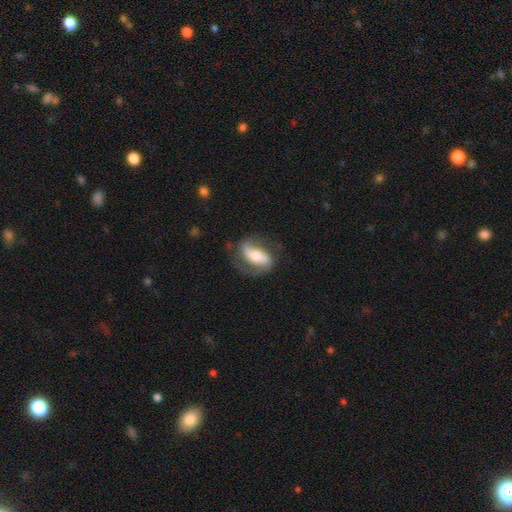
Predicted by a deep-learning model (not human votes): Morphology: type=featured or disk (72%); edge-on=no (93%); bar=strong (44%); spiral arms=yes (88%); winding=medium (43%); arm count=2 (86%); bulge=moderate (62%); merging=none (68%).